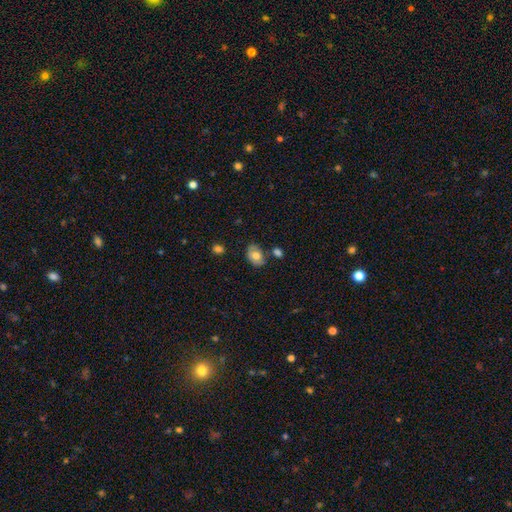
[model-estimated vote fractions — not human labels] Smooth or featured? Predicted: smooth (p=0.69). How rounded? Predicted: in between (p=0.76). Merging? Predicted: none (p=0.69).